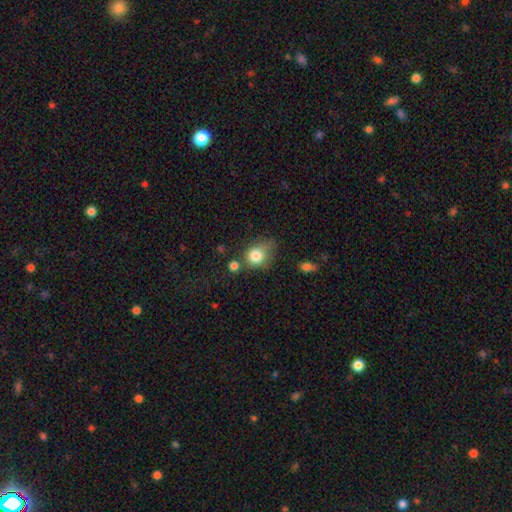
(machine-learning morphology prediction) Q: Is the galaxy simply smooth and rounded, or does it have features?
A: smooth — 80%.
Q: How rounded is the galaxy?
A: round — 55%.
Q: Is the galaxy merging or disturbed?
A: none — 38%.